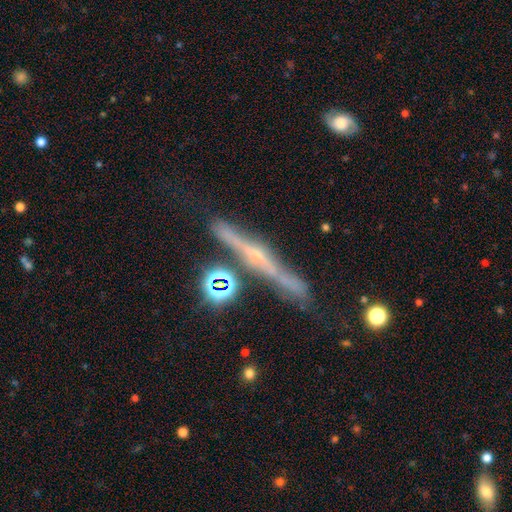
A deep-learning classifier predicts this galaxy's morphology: This is likely a featured or disk galaxy (72%). It is clearly viewed edge-on (93%). Edge-on bulge: likely rounded (61%). Merging: likely none (68%).